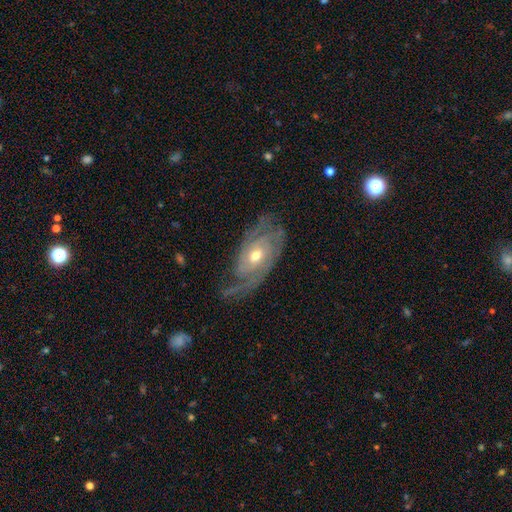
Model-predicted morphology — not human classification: Smooth or featured: featured or disk — 83% (smooth — 11%)
Edge-on disk: no — 92% (yes — 8%)
Bar: no — 65% (weak — 28%)
Spiral arms: yes — 93% (no — 7%)
Spiral winding: tight — 54% (medium — 32%)
Spiral arm count: 2 — 38% (can't tell — 32%)
Bulge size: moderate — 62% (small — 33%)
Merging: none — 64% (minor disturbance — 22%)